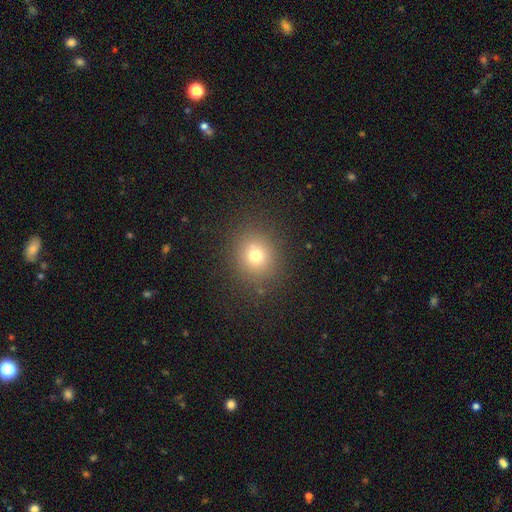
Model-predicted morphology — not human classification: Smooth or featured: smooth — 71% (star or artifact — 18%)
How rounded: round — 81% (in between — 18%)
Merging: none — 84% (minor disturbance — 9%)